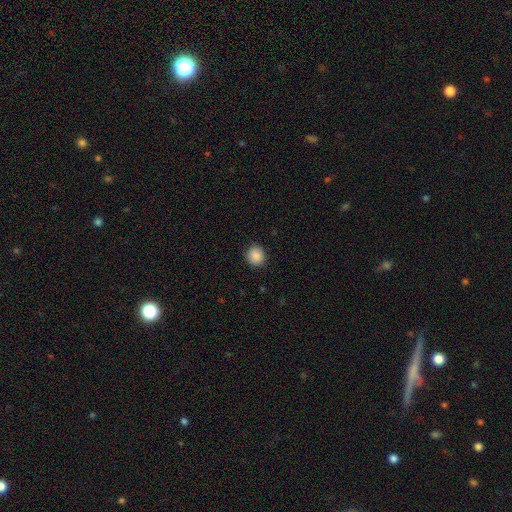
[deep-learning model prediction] This appears to be a smooth galaxy with no disk features (88%) that is round (84%). Merging: none (88%).